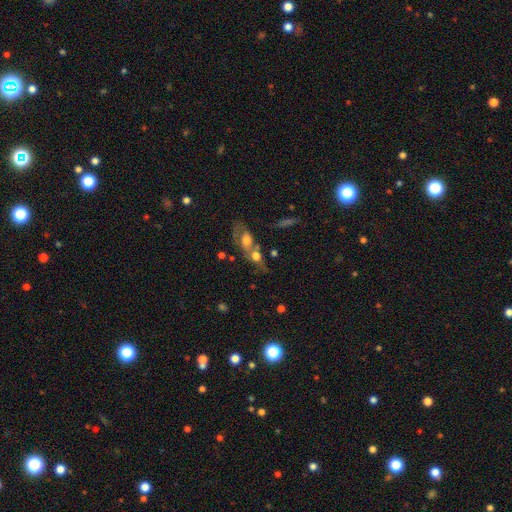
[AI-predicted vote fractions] smooth 50%, featured or disk 38%, star or artifact 12%. Down the decision tree: merging — merger (54%).